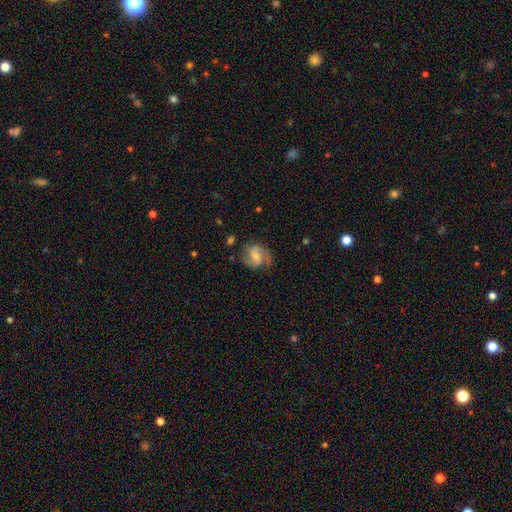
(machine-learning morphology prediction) Overall: featured or disk (74%). Edge-on disk: no (97%). Bar: weak (46%; no 39%). Spiral arms: yes (94%). Spiral arm count: 2 (77%). Spiral winding: medium (50%; tight 25%). Bulge size: small (48%; moderate 42%). Merging: none (66%).